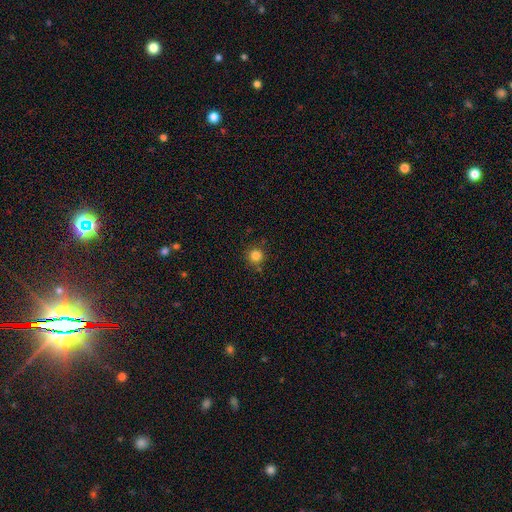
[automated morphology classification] A smooth galaxy with no disk features (82%) that is round (94%). Merging: none (84%).